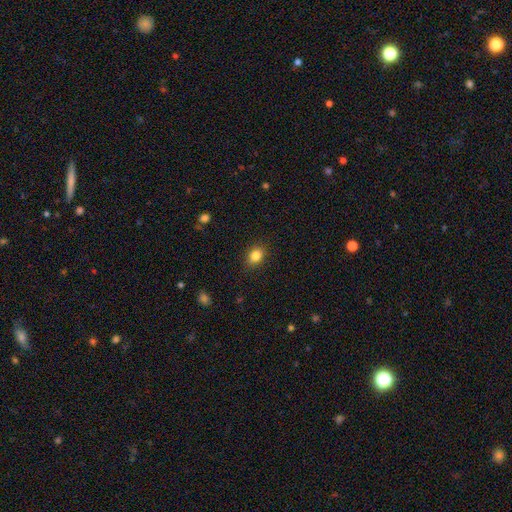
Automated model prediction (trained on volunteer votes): Morphology: type=smooth (84%); roundness=in between (58%); merging=none (88%).